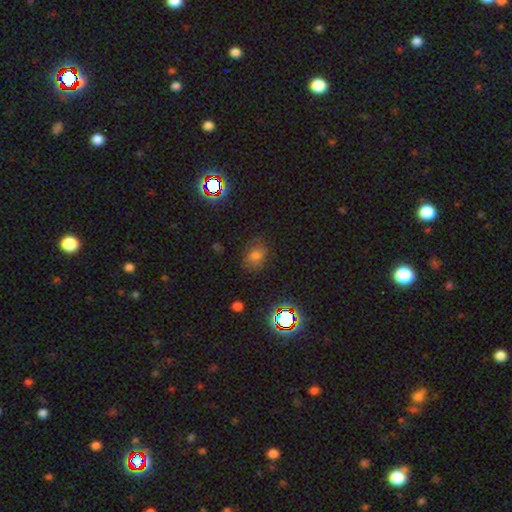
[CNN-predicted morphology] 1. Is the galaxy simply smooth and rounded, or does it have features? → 65% smooth, 24% star or artifact, 12% featured or disk.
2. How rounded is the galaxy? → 63% in between, 36% round, 1% cigar-shaped.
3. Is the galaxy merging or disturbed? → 73% none, 18% minor disturbance, 7% major disturbance, 2% merger.